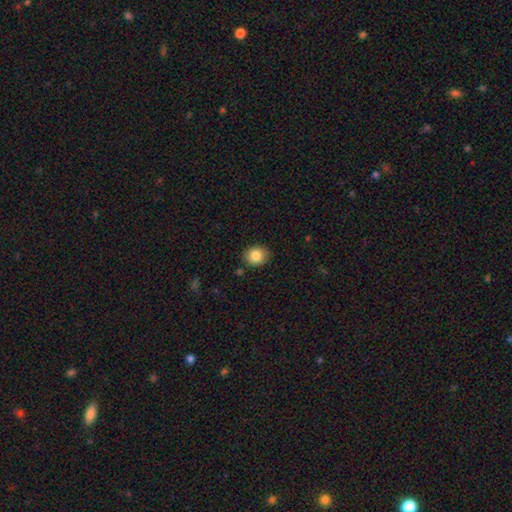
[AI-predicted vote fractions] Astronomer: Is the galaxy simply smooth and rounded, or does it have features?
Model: smooth — 84%.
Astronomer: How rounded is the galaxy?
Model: round — 65%.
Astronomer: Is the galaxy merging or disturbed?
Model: none — 86%.